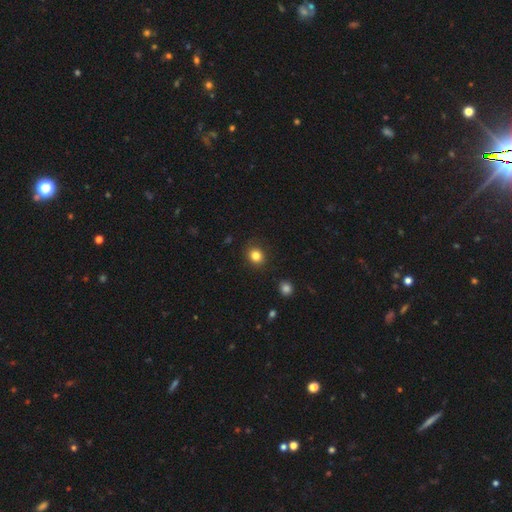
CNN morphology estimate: smooth 82%, star or artifact 12%, featured or disk 6%. Down the decision tree: how rounded — round (75%); merging — none (87%).